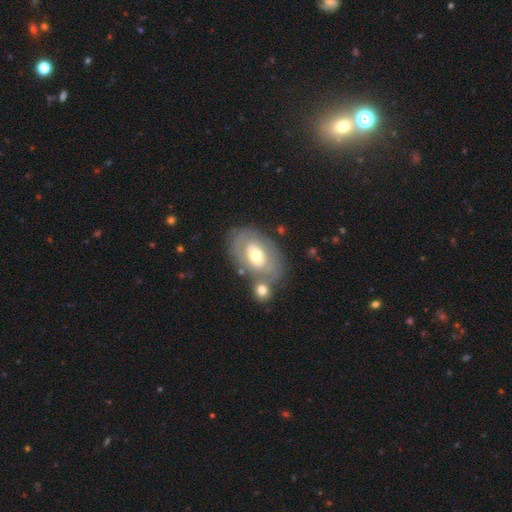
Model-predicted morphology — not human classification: smooth_or_featured: featured or disk (p=0.59) [alt: smooth p=0.36]
disk_edge_on: no (p=0.93) [alt: yes p=0.07]
bar: no (p=0.76) [alt: weak p=0.17]
has_spiral_arms: no (p=0.63) [alt: yes p=0.37]
bulge_size: moderate (p=0.67) [alt: small p=0.16]
merging: none (p=0.57) [alt: merger p=0.19]